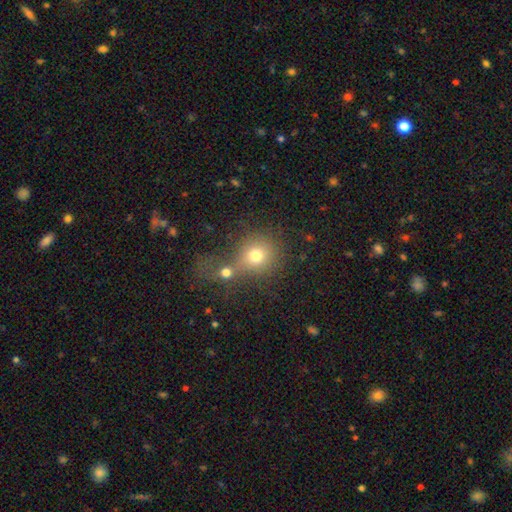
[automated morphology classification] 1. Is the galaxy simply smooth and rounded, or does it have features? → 73% smooth, 15% star or artifact, 12% featured or disk.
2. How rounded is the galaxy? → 85% round, 14% in between, 1% cigar-shaped.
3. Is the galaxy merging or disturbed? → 48% merger, 37% none, 8% minor disturbance, 7% major disturbance.